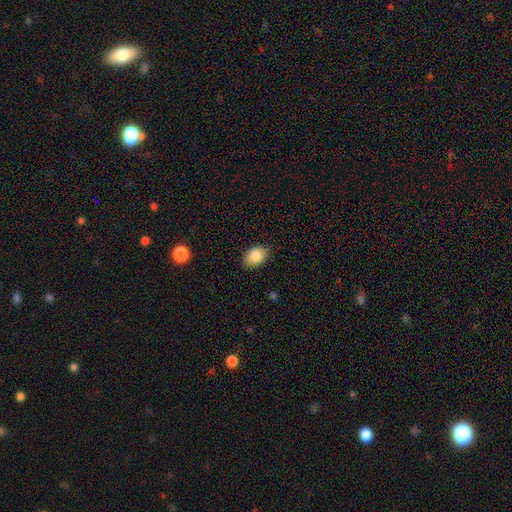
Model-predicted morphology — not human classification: Overall: smooth (86%). How rounded: in between (79%). Merging: none (85%).